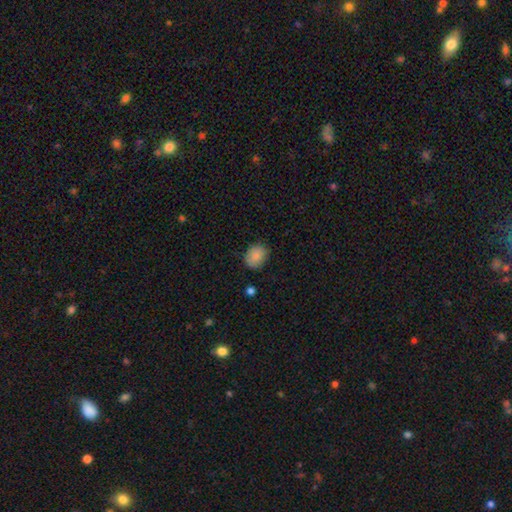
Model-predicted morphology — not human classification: type=smooth (86%); roundness=in between (58%); merging=none (82%).